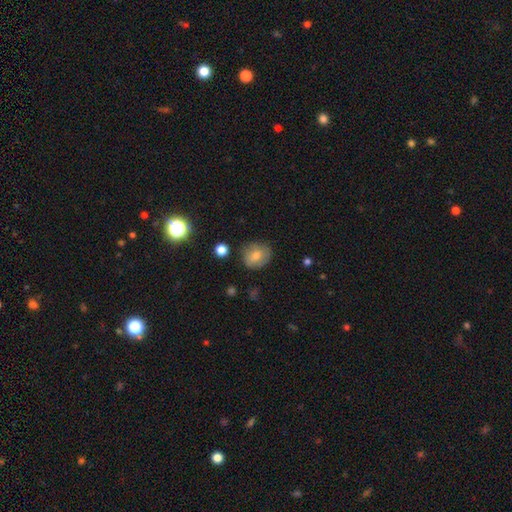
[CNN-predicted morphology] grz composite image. It shows a smooth galaxy with no disk features (63%) that is round (75%). Merging: none (78%).